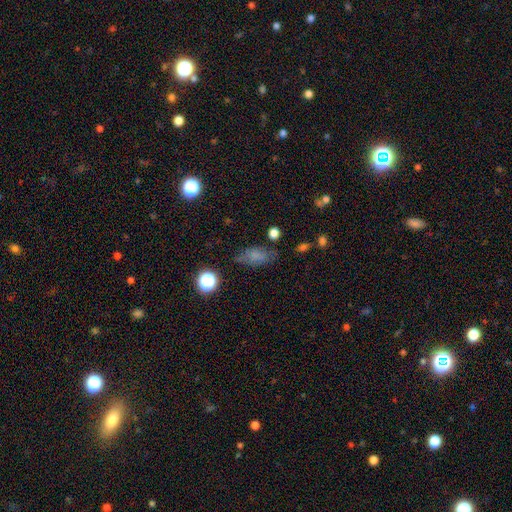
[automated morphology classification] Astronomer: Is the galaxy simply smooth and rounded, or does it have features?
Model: smooth — 68%.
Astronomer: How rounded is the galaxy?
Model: in between — 82%.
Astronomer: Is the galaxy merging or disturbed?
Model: none — 64%.